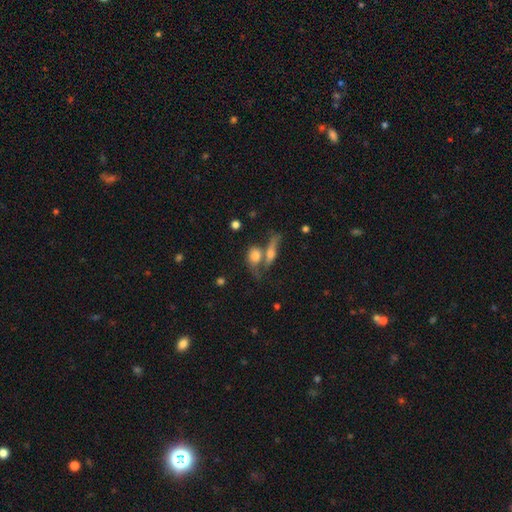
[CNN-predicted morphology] Overall: smooth (71%). How rounded: in between (52%; round 36%). Merging: merger (45%; none 35%).